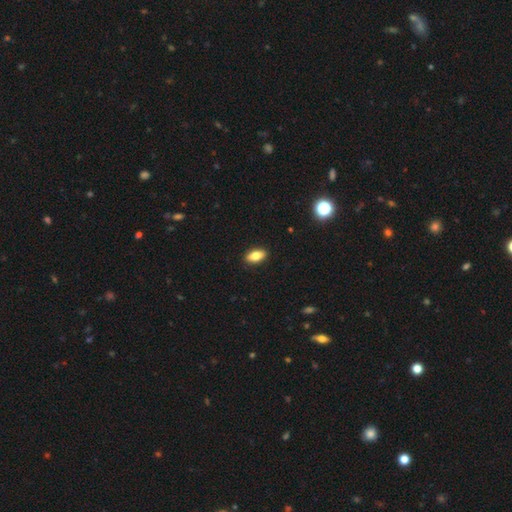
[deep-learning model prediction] Overall: smooth (79%). How rounded: in between (88%). Merging: none (90%).